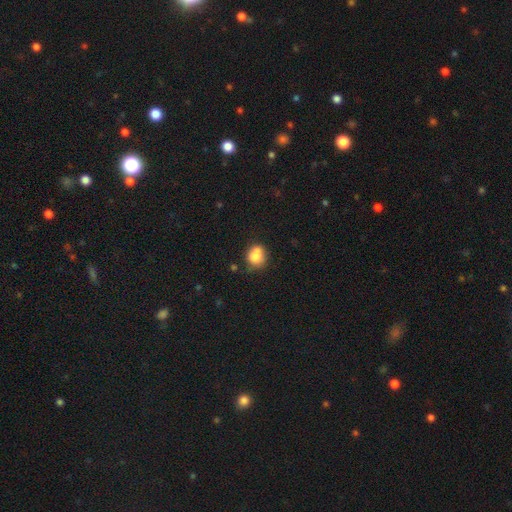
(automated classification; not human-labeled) This is likely a smooth galaxy (79%). How rounded: likely round (69%). Merging: possibly none (48%).